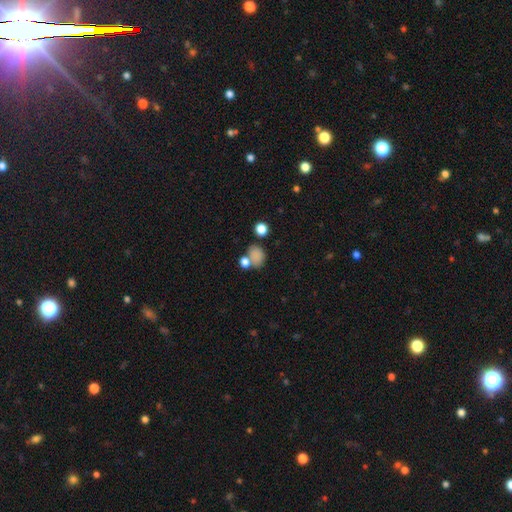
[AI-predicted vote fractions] Smooth or featured? Predicted: smooth (p=0.79). How rounded? Predicted: round (p=0.56). Merging? Predicted: none (p=0.52).